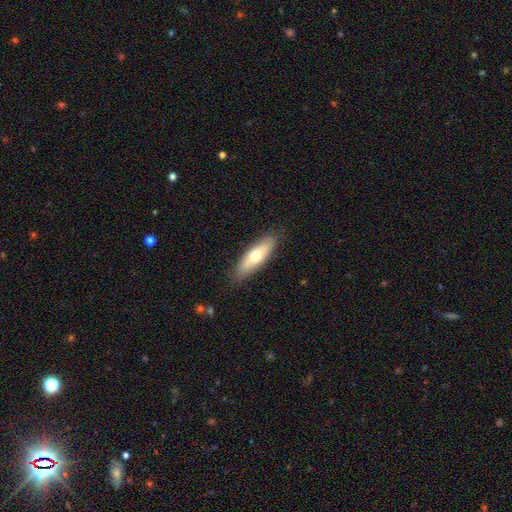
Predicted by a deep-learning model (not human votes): A smooth galaxy with no disk features (61%) that is in between round and cigar-shaped (49%). Merging: none (86%).